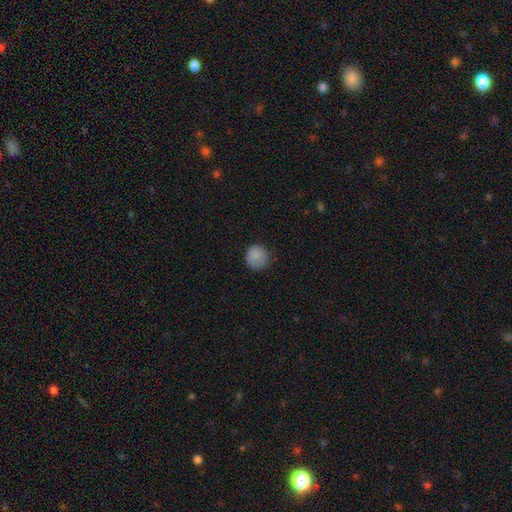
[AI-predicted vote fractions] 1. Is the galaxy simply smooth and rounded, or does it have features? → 85% smooth, 9% star or artifact, 6% featured or disk.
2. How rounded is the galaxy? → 91% round, 8% in between, 1% cigar-shaped.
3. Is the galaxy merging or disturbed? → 78% none, 17% minor disturbance, 4% major disturbance, 1% merger.